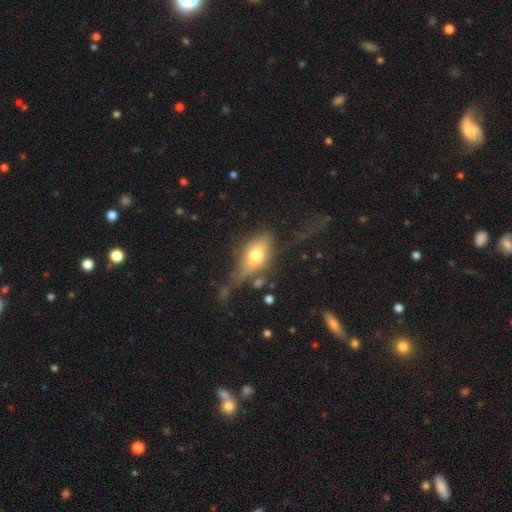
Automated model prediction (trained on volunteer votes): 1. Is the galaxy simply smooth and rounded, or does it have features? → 55% smooth, 36% featured or disk, 9% star or artifact.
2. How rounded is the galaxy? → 79% in between, 12% round, 10% cigar-shaped.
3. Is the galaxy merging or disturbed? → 40% none, 30% major disturbance, 24% minor disturbance, 6% merger.